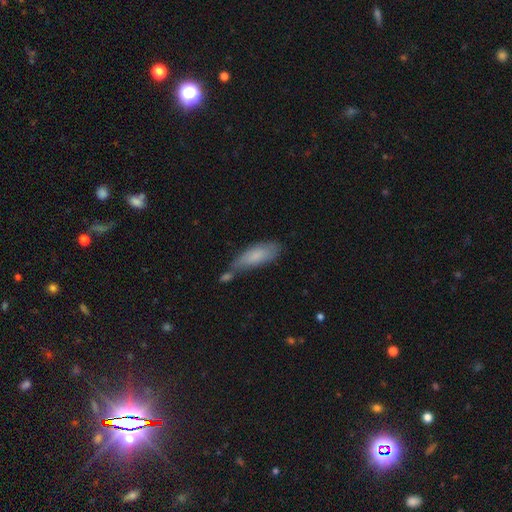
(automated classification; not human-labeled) smooth_or_featured: smooth (p=0.78) [alt: featured or disk p=0.15]
how_rounded: in between (p=0.66) [alt: cigar-shaped p=0.32]
merging: none (p=0.44) [alt: minor disturbance p=0.26]